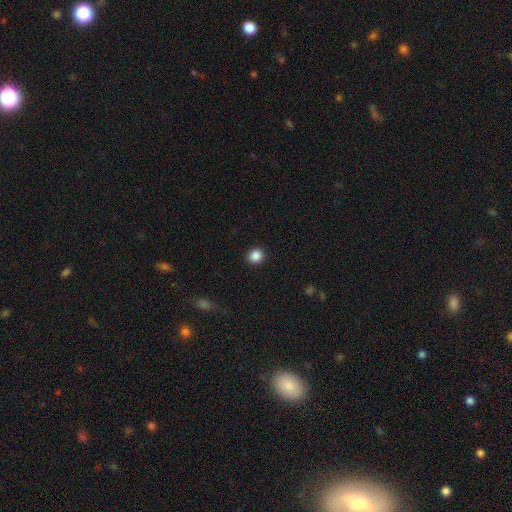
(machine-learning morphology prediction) This is clearly a smooth galaxy (87%). How rounded: clearly round (86%). Merging: clearly none (92%).